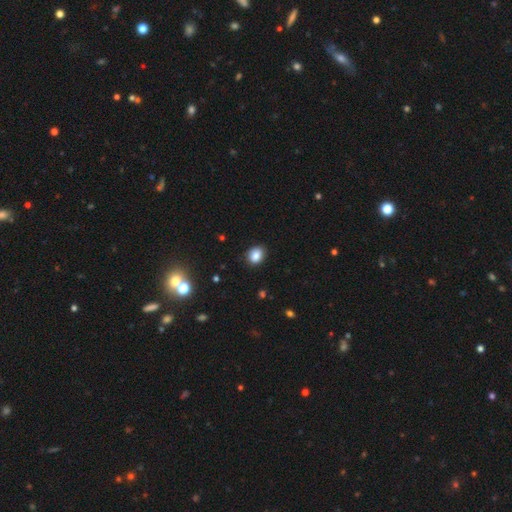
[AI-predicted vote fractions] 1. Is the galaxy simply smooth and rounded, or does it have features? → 85% smooth, 10% star or artifact, 5% featured or disk.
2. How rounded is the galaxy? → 50% in between, 49% round, 1% cigar-shaped.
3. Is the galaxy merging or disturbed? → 86% none, 11% minor disturbance, 2% major disturbance, 1% merger.